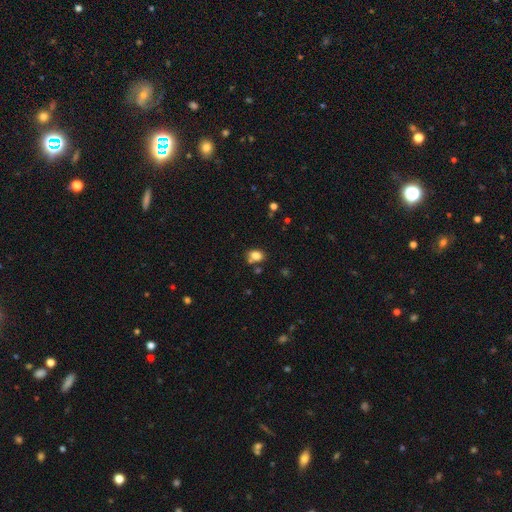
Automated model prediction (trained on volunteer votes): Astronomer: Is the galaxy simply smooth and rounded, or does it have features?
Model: smooth — 81%.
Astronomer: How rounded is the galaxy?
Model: in between — 64%.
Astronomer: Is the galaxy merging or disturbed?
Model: none — 64%.